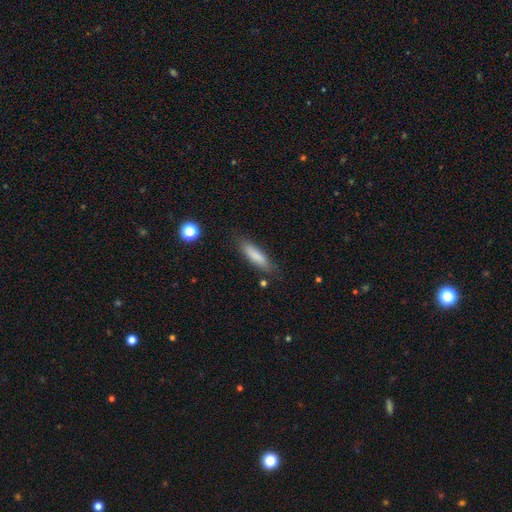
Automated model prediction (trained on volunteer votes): Q: Smooth or featured?
A: smooth (82%); runner-up: featured or disk (11%)
Q: How rounded?
A: cigar-shaped (67%); runner-up: in between (32%)
Q: Merging?
A: none (80%); runner-up: minor disturbance (14%)